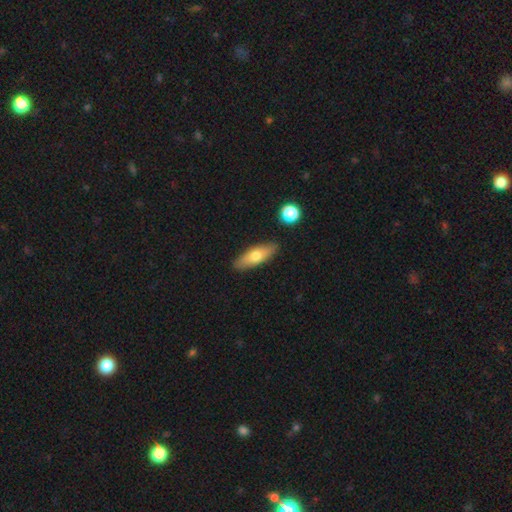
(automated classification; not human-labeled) Smooth or featured? Predicted: smooth (p=0.64). How rounded? Predicted: in between (p=0.55). Merging? Predicted: none (p=0.86).